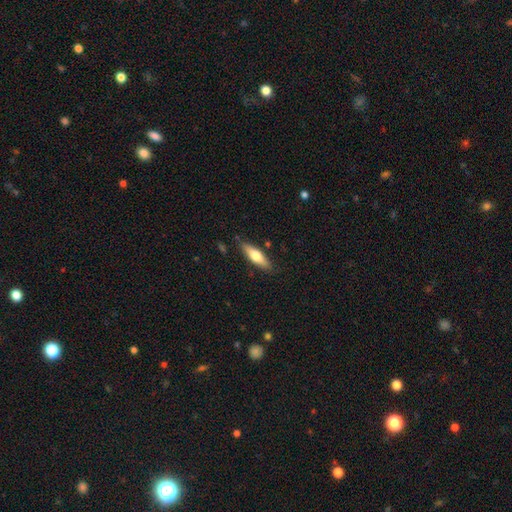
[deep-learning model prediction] A smooth galaxy with no disk features (60%) that is cigar-shaped (54%). Merging: none (84%).